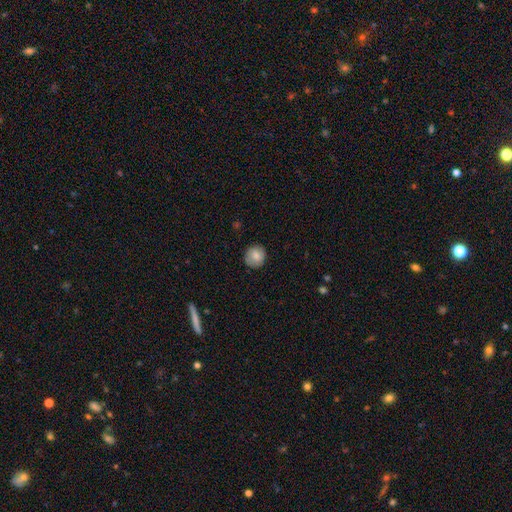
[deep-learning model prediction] Smooth or featured? smooth (83%)
How rounded? round (89%)
Merging? none (86%)